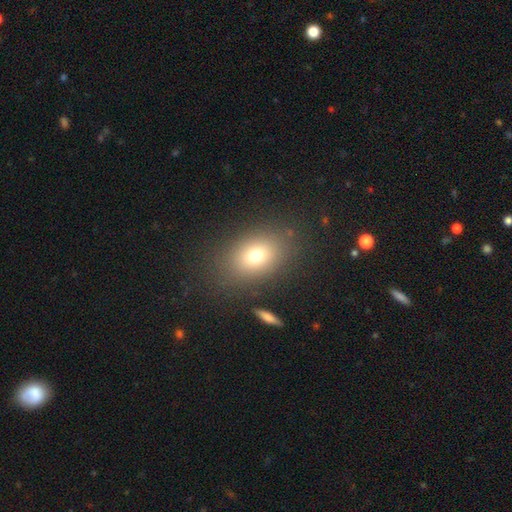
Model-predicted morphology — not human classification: The model was most divided on "how rounded": in between: 71%, round: 28%, cigar-shaped: 1%. More confident: merging — none (82%); smooth or featured — smooth (72%).